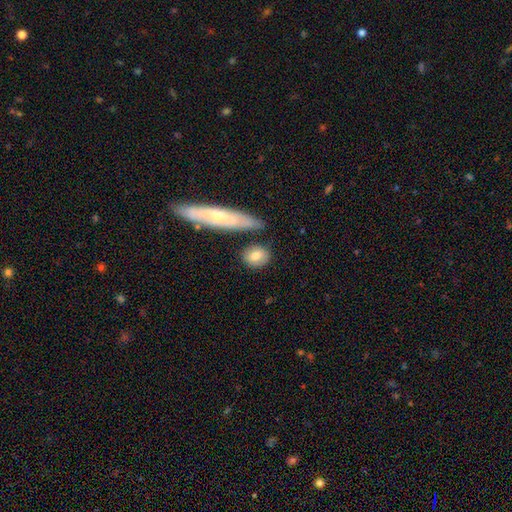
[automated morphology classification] A smooth galaxy with no disk features (75%) that is round (56%).

Vote fractions:
- Smooth or featured? smooth: 75% / featured or disk: 18% / star or artifact: 7%
- How rounded? round: 56% / in between: 36% / cigar-shaped: 9%
- Merging? none: 78% / minor disturbance: 12% / merger: 7% / major disturbance: 3%